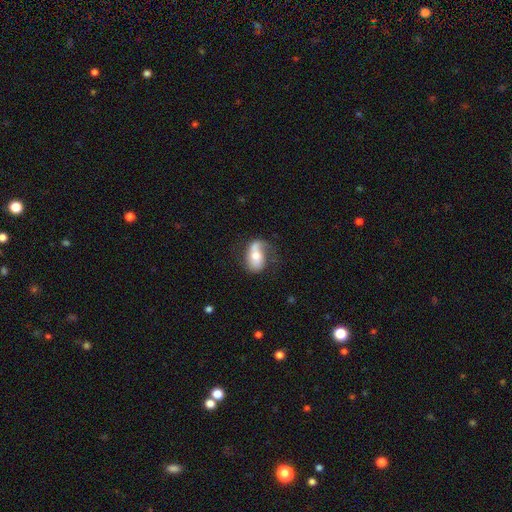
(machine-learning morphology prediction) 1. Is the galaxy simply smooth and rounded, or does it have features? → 52% featured or disk, 41% smooth, 7% star or artifact.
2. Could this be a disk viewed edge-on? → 93% no, 7% yes.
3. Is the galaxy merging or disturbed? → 45% none, 29% minor disturbance, 22% major disturbance, 4% merger.